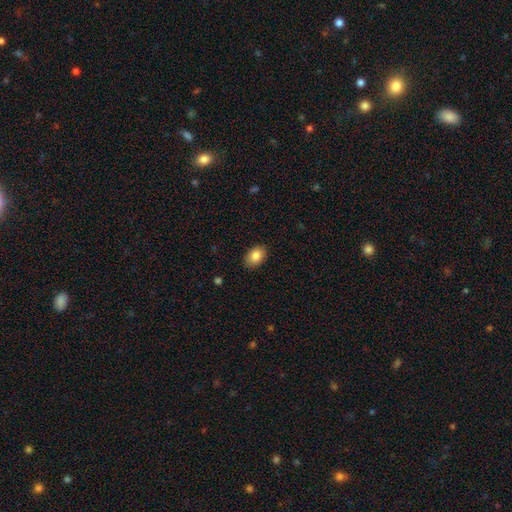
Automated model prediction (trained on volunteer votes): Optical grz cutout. It shows a smooth galaxy with no disk features (85%) that is in between round and cigar-shaped (83%). Merging: none (88%).